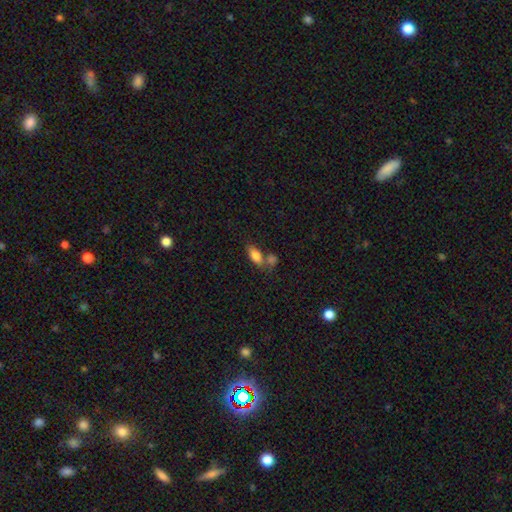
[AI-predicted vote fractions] Morphology: type=smooth (81%); roundness=in between (85%); merging=none (46%).